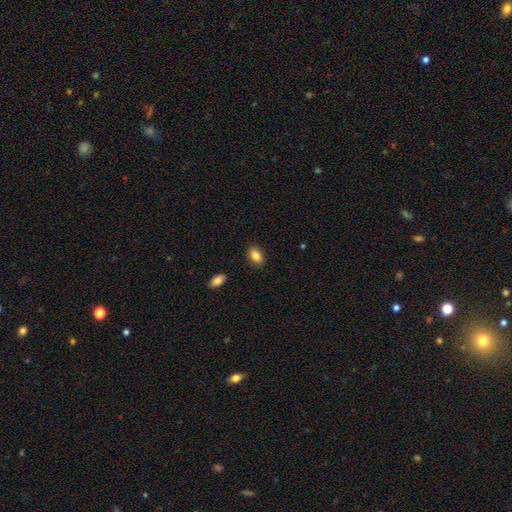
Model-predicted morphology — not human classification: Smooth or featured?
  - smooth: 85% *
  - star or artifact: 8%
  - featured or disk: 7%
How rounded?
  - in between: 86% *
  - round: 12%
  - cigar-shaped: 2%
Merging?
  - none: 88% *
  - minor disturbance: 9%
  - major disturbance: 2%
  - merger: 1%